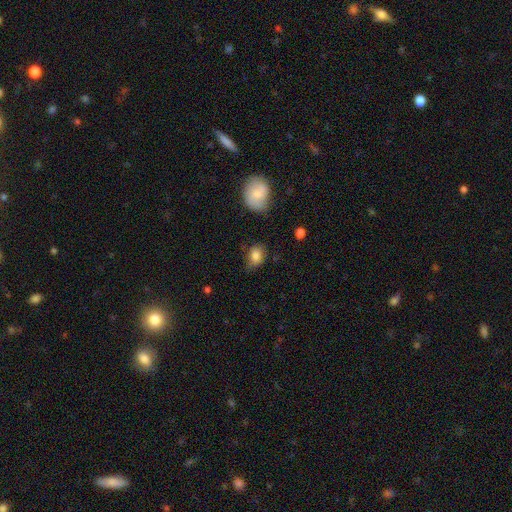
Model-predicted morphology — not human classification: smooth-or-featured: smooth: 83% | star or artifact: 9% | featured or disk: 8%
  how-rounded: in between: 68% | round: 31% | cigar-shaped: 1%
  merging: none: 64% | minor disturbance: 27% | major disturbance: 7% | merger: 2%